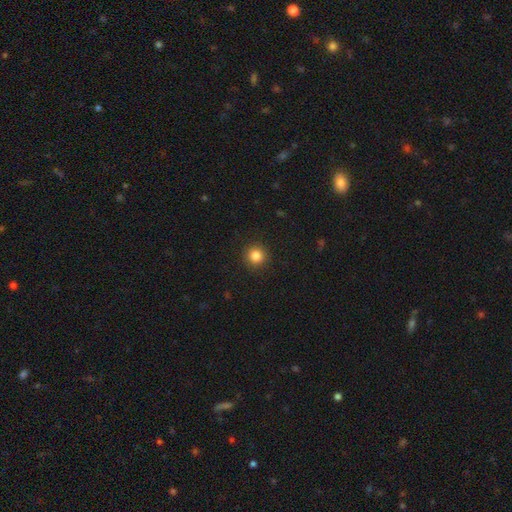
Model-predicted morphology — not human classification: This is clearly a smooth galaxy (85%). How rounded: clearly round (95%). Merging: clearly none (92%).